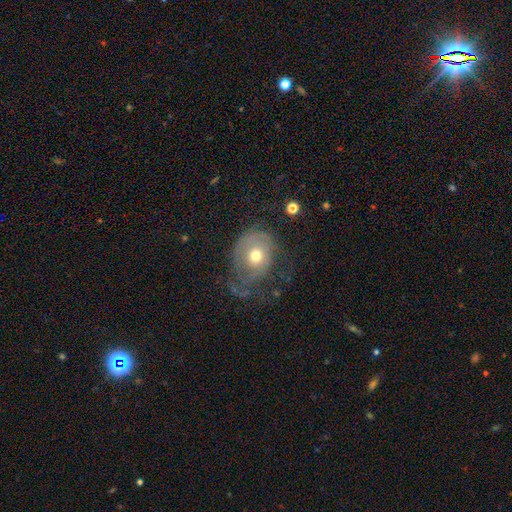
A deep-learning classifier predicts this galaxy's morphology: Smooth or featured?
  - featured or disk: 54% *
  - smooth: 37%
  - star or artifact: 8%
Edge-on disk?
  - no: 96% *
  - yes: 4%
Bar?
  - no: 85% *
  - weak: 13%
  - strong: 3%
Spiral arms?
  - yes: 62% *
  - no: 38%
Bulge size?
  - moderate: 71% *
  - small: 20%
  - large: 7%
  - dominant: 1%
  - none: 1%
Merging?
  - none: 39% *
  - major disturbance: 34%
  - minor disturbance: 25%
  - merger: 2%